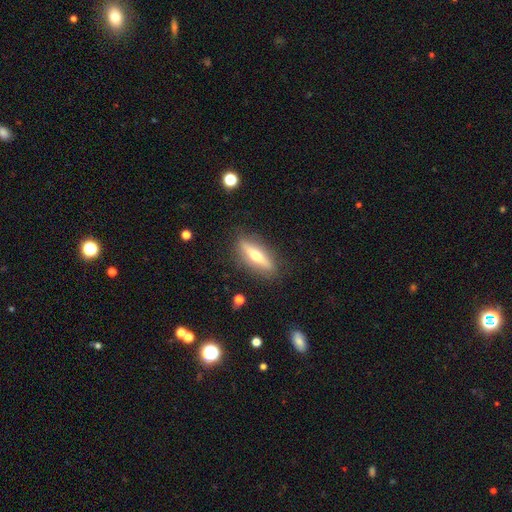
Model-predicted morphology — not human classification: smooth-or-featured: featured or disk: 58% | smooth: 36% | star or artifact: 6%
  disk-edge-on: yes: 88% | no: 12%
    edge-on-bulge: rounded: 93% | none: 4% | boxy: 3%
  merging: none: 86% | minor disturbance: 10% | major disturbance: 3% | merger: 1%